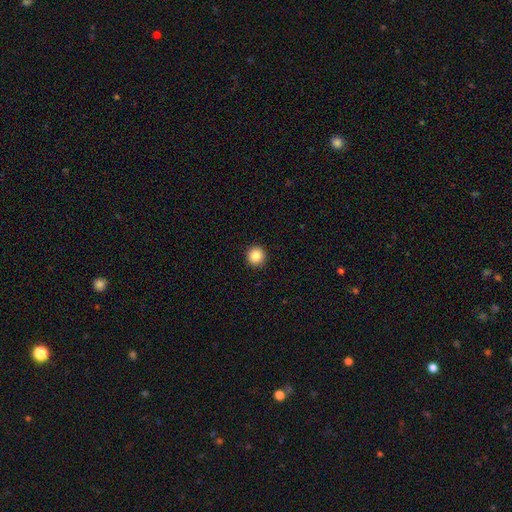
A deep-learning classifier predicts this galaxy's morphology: Overall: smooth (86%). How rounded: round (96%). Merging: none (93%).